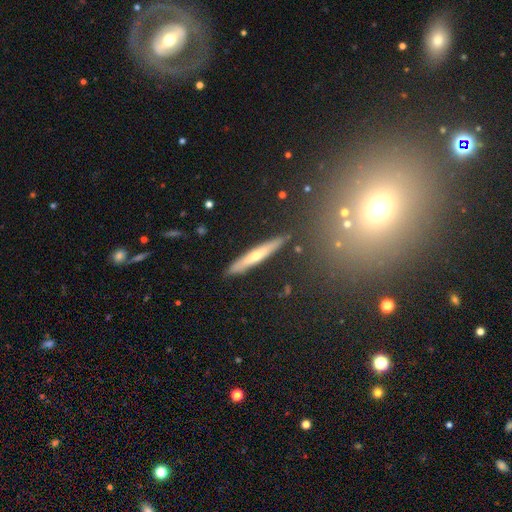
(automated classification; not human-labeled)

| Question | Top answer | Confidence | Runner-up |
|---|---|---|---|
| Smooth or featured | featured or disk | 49% | smooth (44%) |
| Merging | none | 87% | minor disturbance (9%) |